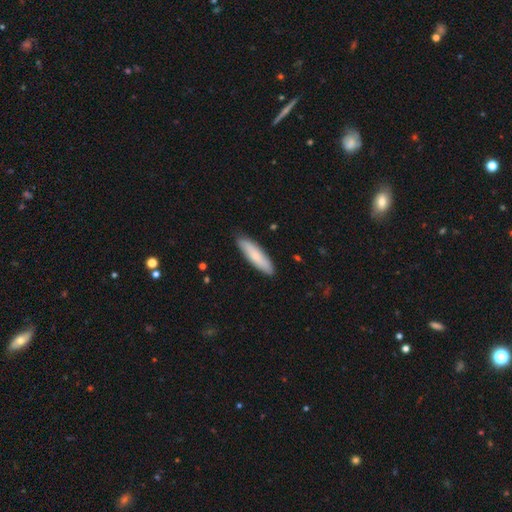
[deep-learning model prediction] Q: Smooth or featured?
A: smooth (78%); runner-up: featured or disk (17%)
Q: How rounded?
A: cigar-shaped (73%); runner-up: in between (25%)
Q: Merging?
A: none (88%); runner-up: minor disturbance (9%)